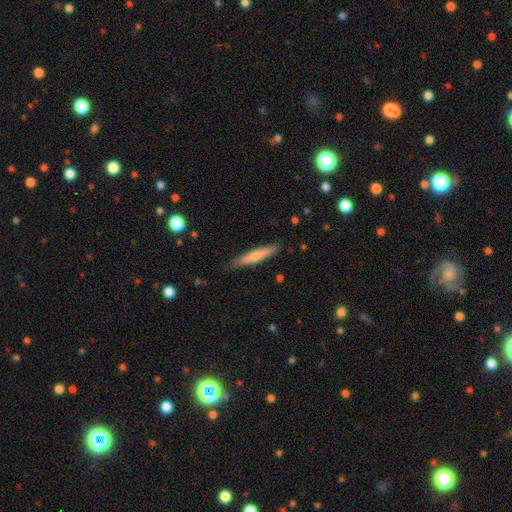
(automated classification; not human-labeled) A smooth galaxy with no disk features (66%) that is cigar-shaped (92%).

Vote fractions:
- Smooth or featured? smooth: 66% / featured or disk: 29% / star or artifact: 6%
- How rounded? cigar-shaped: 92% / in between: 7% / round: 1%
- Merging? none: 86% / minor disturbance: 11% / major disturbance: 2% / merger: 1%